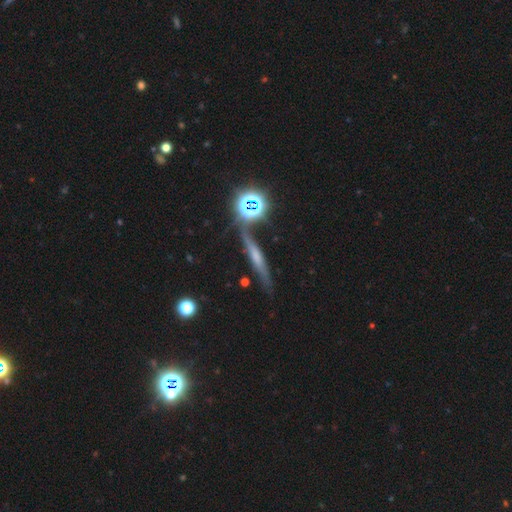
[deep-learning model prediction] Smooth or featured?
  - featured or disk: 45% *
  - smooth: 35%
  - star or artifact: 20%
Merging?
  - none: 67% *
  - minor disturbance: 18%
  - merger: 8%
  - major disturbance: 7%